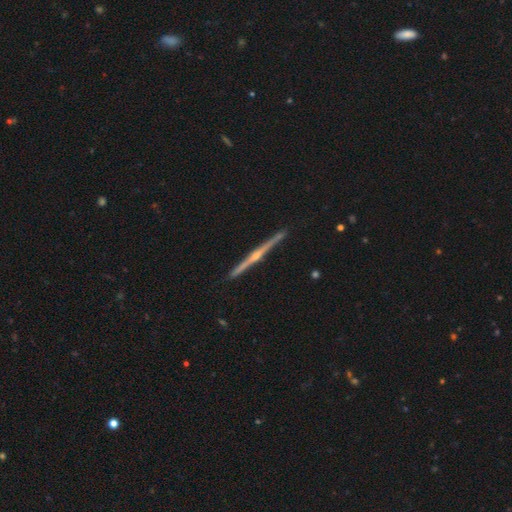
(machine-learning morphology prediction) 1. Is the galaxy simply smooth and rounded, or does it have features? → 86% featured or disk, 9% smooth, 5% star or artifact.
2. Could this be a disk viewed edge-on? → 99% yes, 1% no.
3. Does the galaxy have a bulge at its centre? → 85% rounded, 10% none, 5% boxy.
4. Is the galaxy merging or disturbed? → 92% none, 6% minor disturbance, 1% merger, 1% major disturbance.